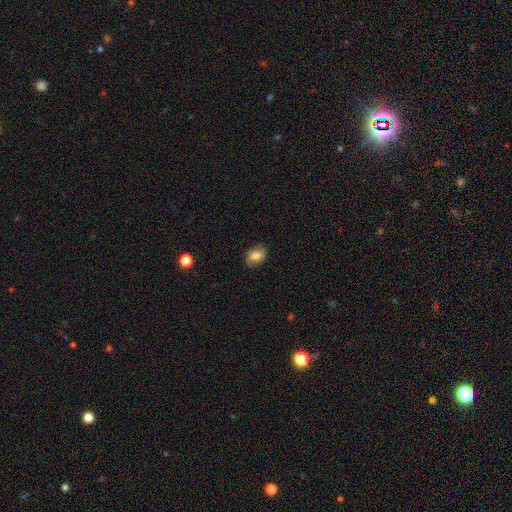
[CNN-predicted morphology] Smooth or featured? Predicted: smooth (p=0.79). How rounded? Predicted: in between (p=0.68). Merging? Predicted: none (p=0.79).